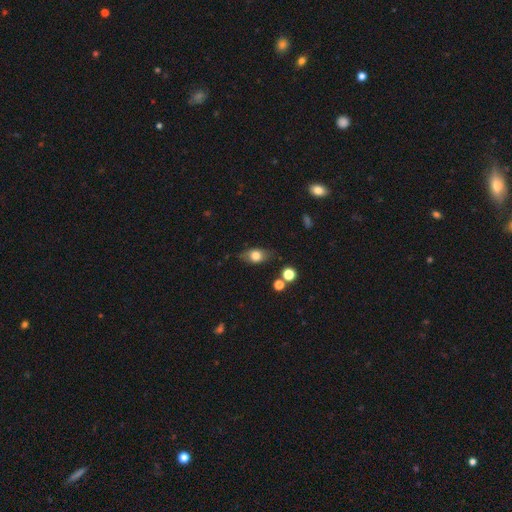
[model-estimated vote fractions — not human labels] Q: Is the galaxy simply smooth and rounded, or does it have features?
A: smooth — 69%.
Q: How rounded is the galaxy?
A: in between — 78%.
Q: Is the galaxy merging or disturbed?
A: none — 77%.